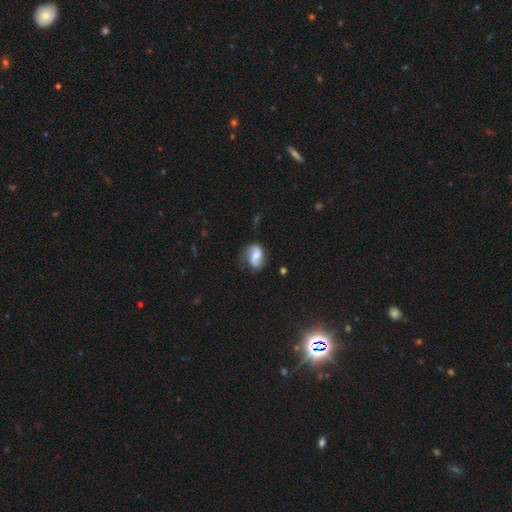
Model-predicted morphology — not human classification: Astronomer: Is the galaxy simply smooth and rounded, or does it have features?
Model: featured or disk — 62%.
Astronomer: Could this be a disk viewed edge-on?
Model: no — 97%.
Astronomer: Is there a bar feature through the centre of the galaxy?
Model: no — 42% (runner-up: weak, 40%).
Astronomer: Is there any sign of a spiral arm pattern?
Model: yes — 90%.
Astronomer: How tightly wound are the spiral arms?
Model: loose — 56% (runner-up: medium, 31%).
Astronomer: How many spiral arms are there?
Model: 2 — 85%.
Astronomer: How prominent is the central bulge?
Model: moderate — 56%.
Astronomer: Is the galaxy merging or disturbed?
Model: none — 64%.